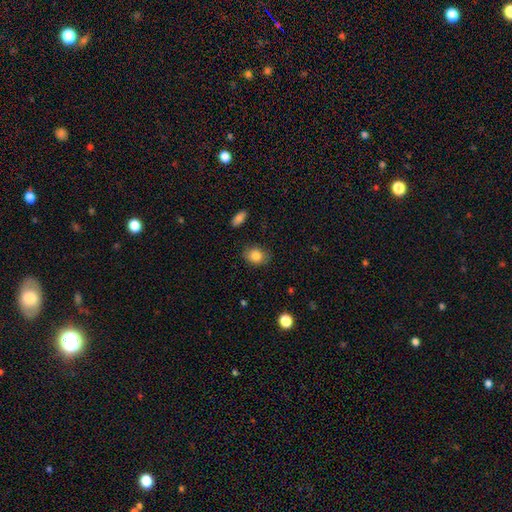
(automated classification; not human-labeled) Smooth or featured? Predicted: smooth (p=0.84). How rounded? Predicted: in between (p=0.55). Merging? Predicted: none (p=0.83).